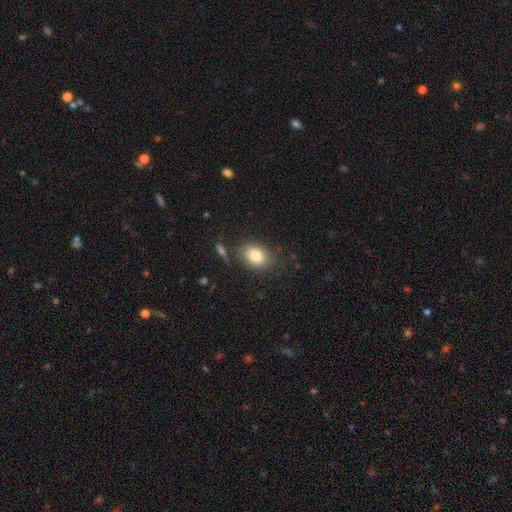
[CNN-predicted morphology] Smooth or featured? smooth (81%)
How rounded? in between (74%)
Merging? none (78%)